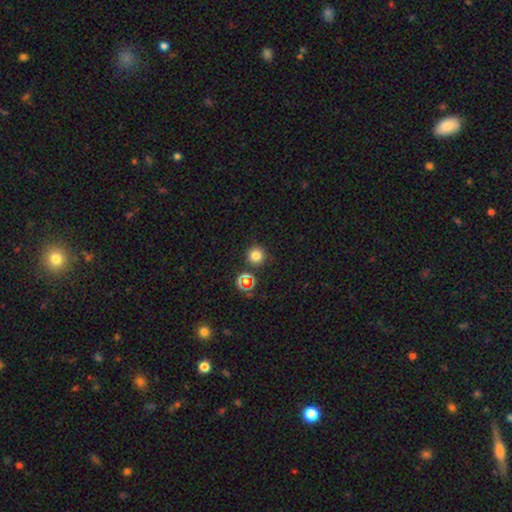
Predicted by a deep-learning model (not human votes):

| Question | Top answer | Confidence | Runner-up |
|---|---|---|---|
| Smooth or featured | smooth | 76% | star or artifact (18%) |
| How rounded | round | 95% | in between (4%) |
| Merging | none | 86% | minor disturbance (7%) |